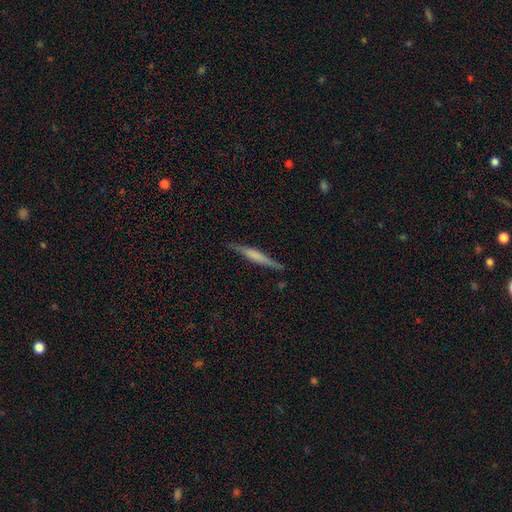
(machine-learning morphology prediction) smooth_or_featured: featured or disk (p=0.56) [alt: smooth p=0.38]
disk_edge_on: yes (p=0.96) [alt: no p=0.04]
edge_on_bulge: boxy (p=0.39) [alt: none p=0.31]
merging: none (p=0.86) [alt: minor disturbance p=0.10]